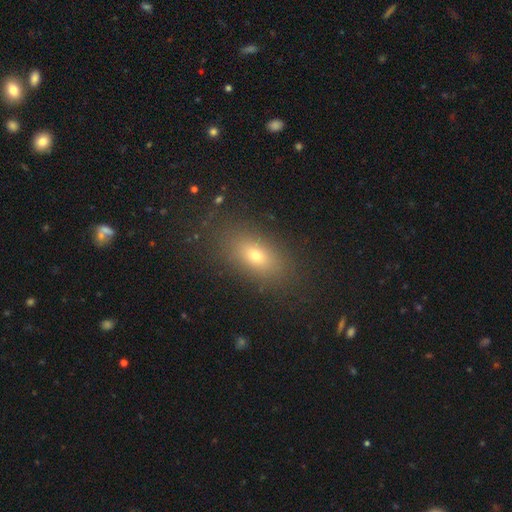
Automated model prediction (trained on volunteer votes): Smooth or featured? Predicted: smooth (p=0.69). How rounded? Predicted: in between (p=0.79). Merging? Predicted: none (p=0.84).